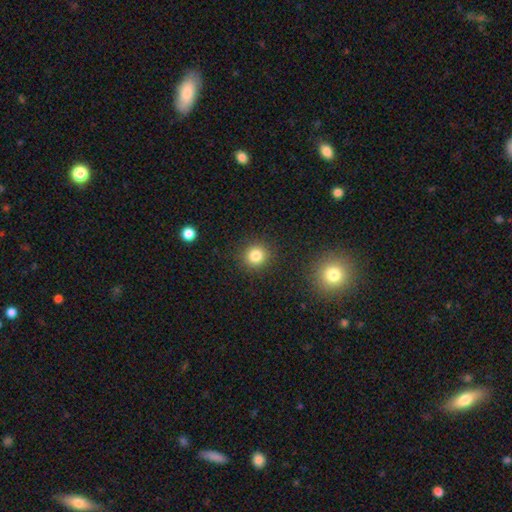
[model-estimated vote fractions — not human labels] Overall: smooth (82%). How rounded: round (90%). Merging: none (90%).